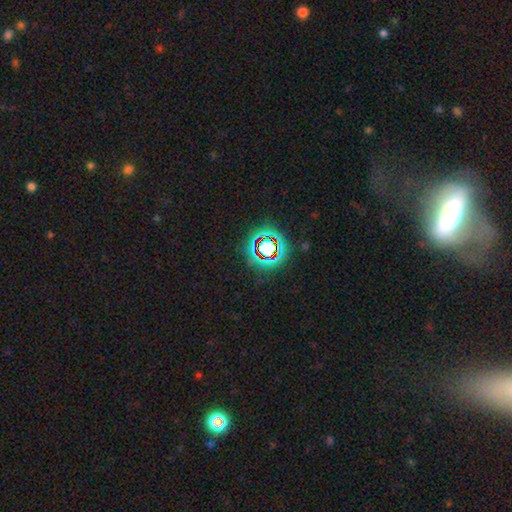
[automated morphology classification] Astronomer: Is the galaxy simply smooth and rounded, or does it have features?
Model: star or artifact — 54%.